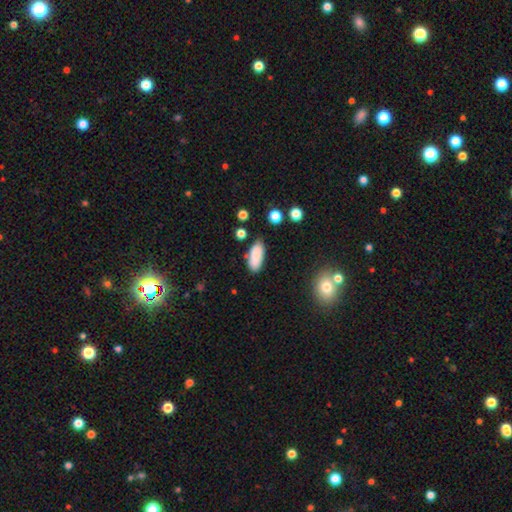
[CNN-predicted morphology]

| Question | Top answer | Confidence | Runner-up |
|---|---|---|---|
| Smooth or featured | smooth | 86% | star or artifact (7%) |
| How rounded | in between | 85% | cigar-shaped (13%) |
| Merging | none | 78% | minor disturbance (15%) |